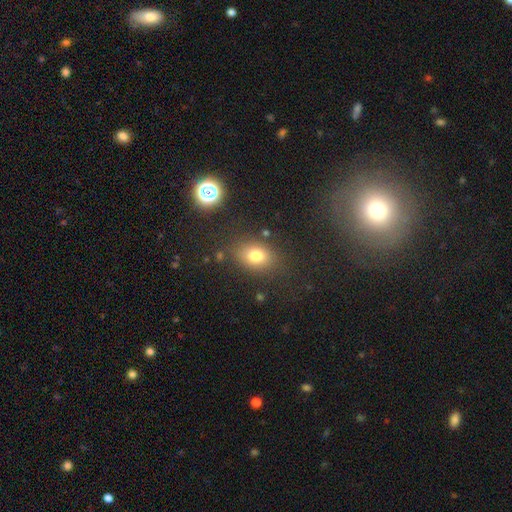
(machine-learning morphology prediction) Smooth or featured? Predicted: smooth (p=0.77). How rounded? Predicted: in between (p=0.69). Merging? Predicted: none (p=0.80).